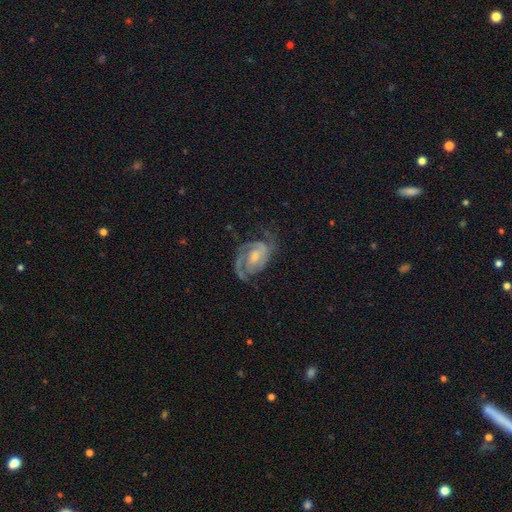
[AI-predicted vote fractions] Q: Smooth or featured?
A: featured or disk (88%); runner-up: smooth (7%)
Q: Edge-on disk?
A: no (97%); runner-up: yes (3%)
Q: Bar?
A: weak (47%); runner-up: no (38%)
Q: Spiral arms?
A: yes (97%); runner-up: no (3%)
Q: Spiral winding?
A: tight (51%); runner-up: medium (41%)
Q: Spiral arm count?
A: 2 (73%); runner-up: 3 (10%)
Q: Bulge size?
A: moderate (45%); runner-up: small (39%)
Q: Merging?
A: none (65%); runner-up: minor disturbance (21%)